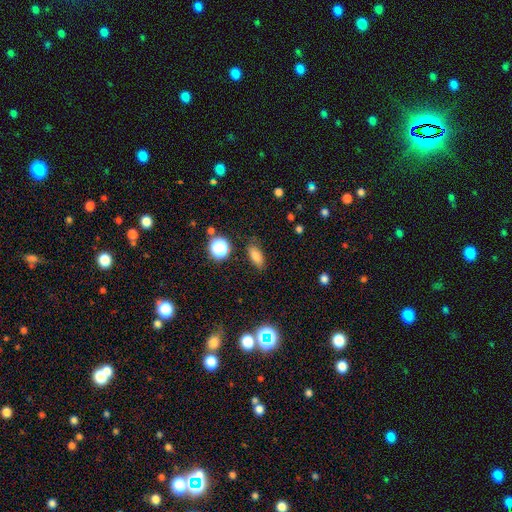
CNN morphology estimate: Overall: smooth (78%). How rounded: in between (81%). Merging: none (80%).